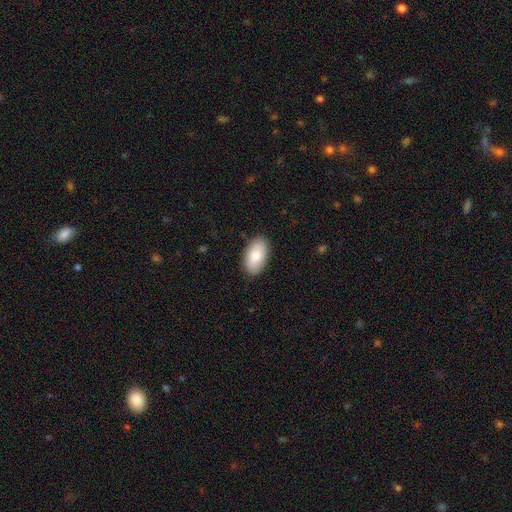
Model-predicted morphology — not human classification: A smooth galaxy with no disk features (80%) that is in between round and cigar-shaped (95%). Merging: none (87%).